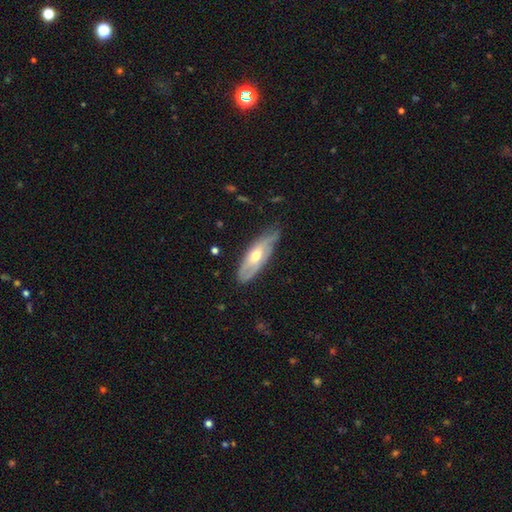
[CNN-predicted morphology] This appears to be a featured or disk galaxy (59%). Merging: none (67%).